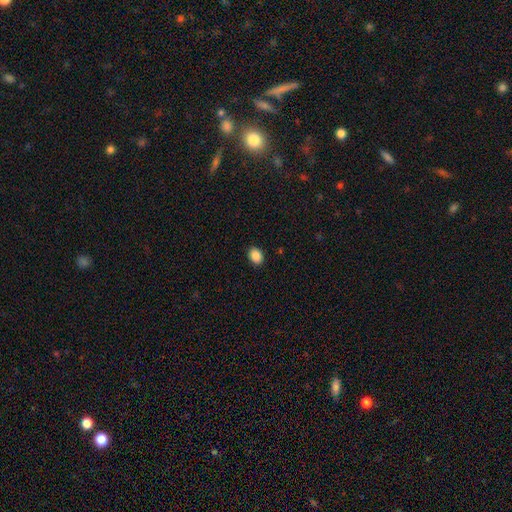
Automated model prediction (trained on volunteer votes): This is clearly a smooth galaxy (88%). How rounded: likely in between (64%). Merging: clearly none (90%).